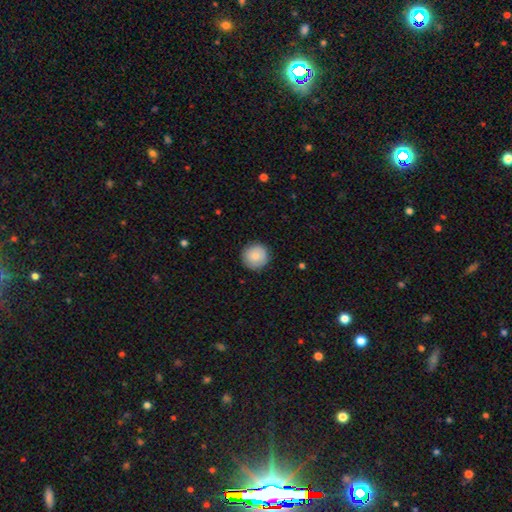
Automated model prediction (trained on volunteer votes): Smooth or featured: smooth — 84% (featured or disk — 9%)
How rounded: round — 95% (in between — 4%)
Merging: none — 90% (minor disturbance — 7%)